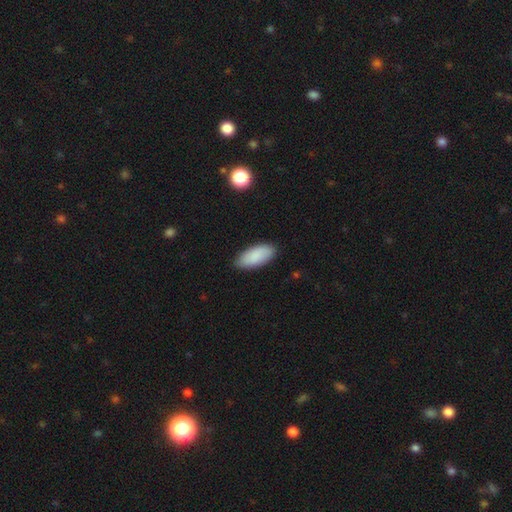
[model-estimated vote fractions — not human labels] This is clearly a smooth galaxy (88%). How rounded: clearly in between (89%). Merging: clearly none (86%).